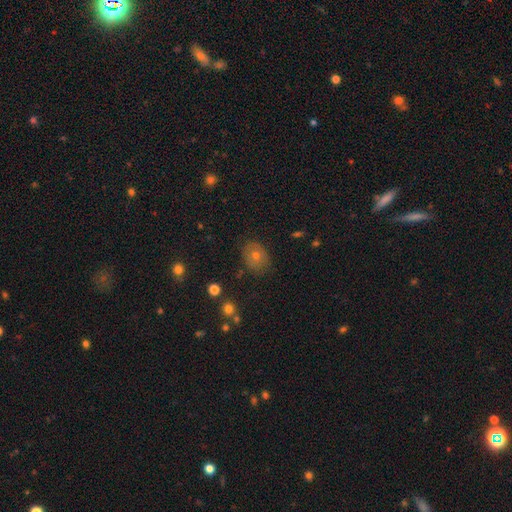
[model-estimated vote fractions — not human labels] A smooth galaxy with no disk features (62%) that is round (50%). Merging: none (82%).